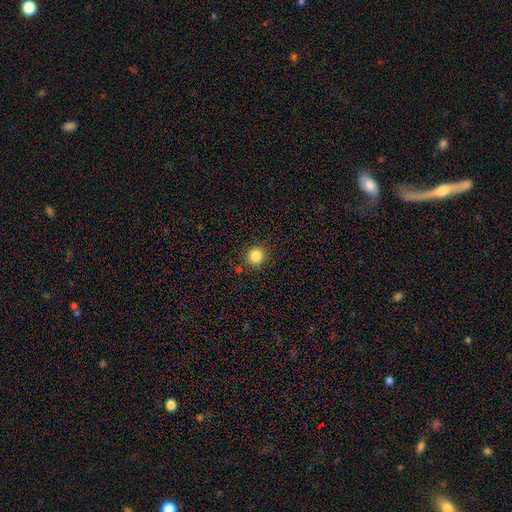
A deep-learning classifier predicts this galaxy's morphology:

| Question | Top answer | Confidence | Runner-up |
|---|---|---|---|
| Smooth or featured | smooth | 85% | star or artifact (11%) |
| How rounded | round | 92% | in between (7%) |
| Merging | none | 89% | minor disturbance (7%) |